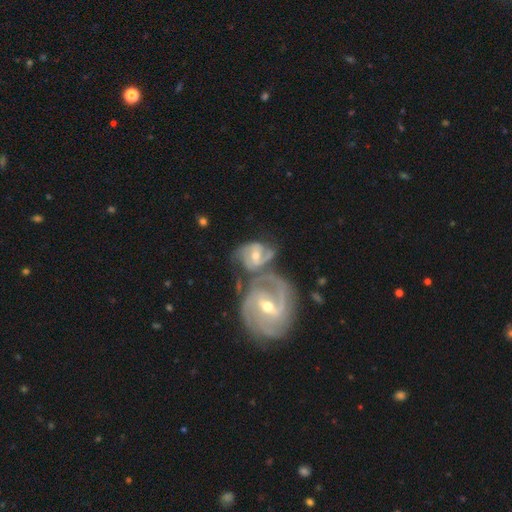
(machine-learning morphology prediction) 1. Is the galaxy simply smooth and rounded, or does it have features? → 80% featured or disk, 14% smooth, 6% star or artifact.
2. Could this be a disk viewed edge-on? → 97% no, 3% yes.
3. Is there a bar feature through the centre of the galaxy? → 46% weak, 28% strong, 26% no.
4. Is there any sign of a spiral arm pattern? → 92% yes, 8% no.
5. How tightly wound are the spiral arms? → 48% medium, 35% tight, 17% loose.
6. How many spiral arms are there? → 61% 2, 15% can't tell, 13% 3, 6% 1, 3% 4, 2% more than 4.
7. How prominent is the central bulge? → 66% moderate, 27% small, 4% large, 2% none, 1% dominant.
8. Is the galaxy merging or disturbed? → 54% merger, 24% none, 12% minor disturbance, 10% major disturbance.